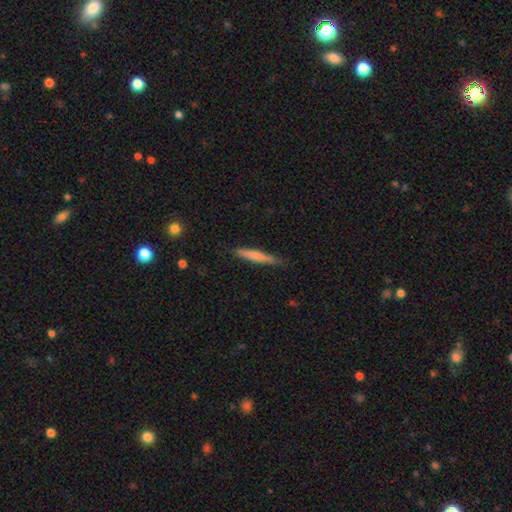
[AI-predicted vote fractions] This is likely a smooth galaxy (67%). How rounded: clearly cigar-shaped (93%). Merging: likely none (79%).